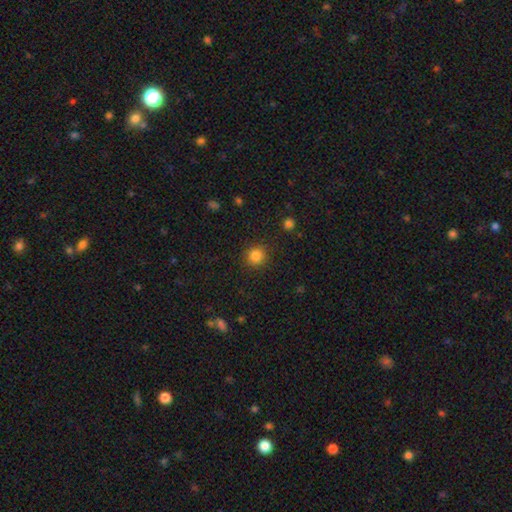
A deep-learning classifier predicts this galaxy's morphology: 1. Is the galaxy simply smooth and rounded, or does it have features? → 84% smooth, 12% star or artifact, 5% featured or disk.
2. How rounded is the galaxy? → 91% round, 8% in between, 1% cigar-shaped.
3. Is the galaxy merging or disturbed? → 89% none, 7% minor disturbance, 3% major disturbance, 1% merger.